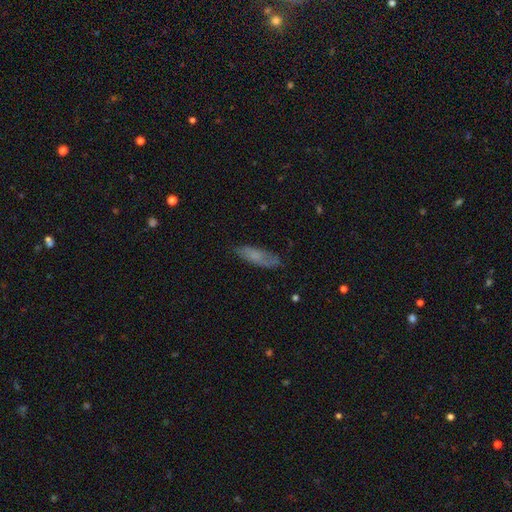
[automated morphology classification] This appears to be a smooth galaxy with no disk features (66%) that is cigar-shaped (50%). Merging: none (72%).